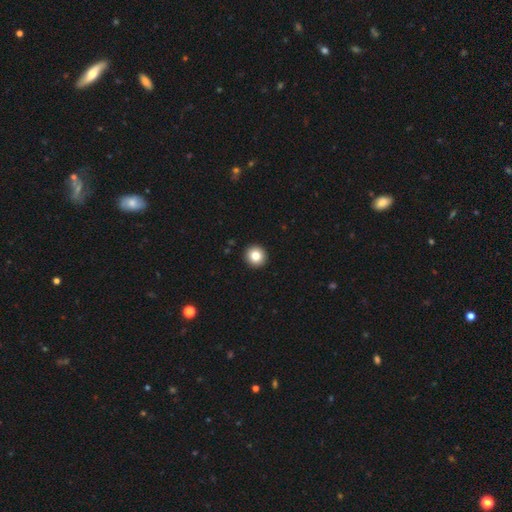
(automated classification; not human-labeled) smooth_or_featured: smooth (p=0.82) [alt: star or artifact p=0.10]
how_rounded: round (p=0.95) [alt: in between p=0.04]
merging: none (p=0.94) [alt: minor disturbance p=0.04]